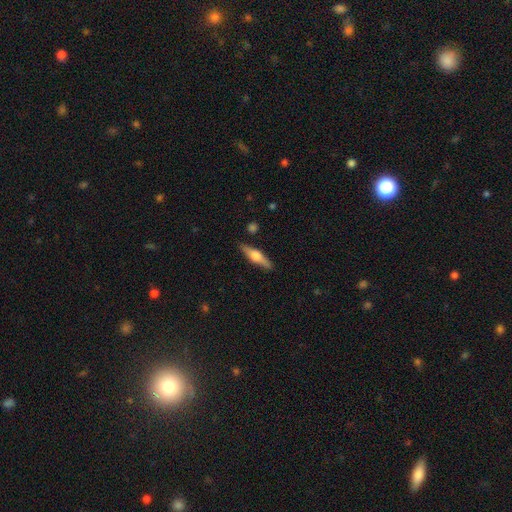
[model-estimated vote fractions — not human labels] Q: Smooth or featured?
A: featured or disk (64%); runner-up: smooth (30%)
Q: Edge-on disk?
A: yes (96%); runner-up: no (4%)
Q: Edge-on bulge?
A: rounded (93%); runner-up: boxy (5%)
Q: Merging?
A: none (88%); runner-up: minor disturbance (8%)